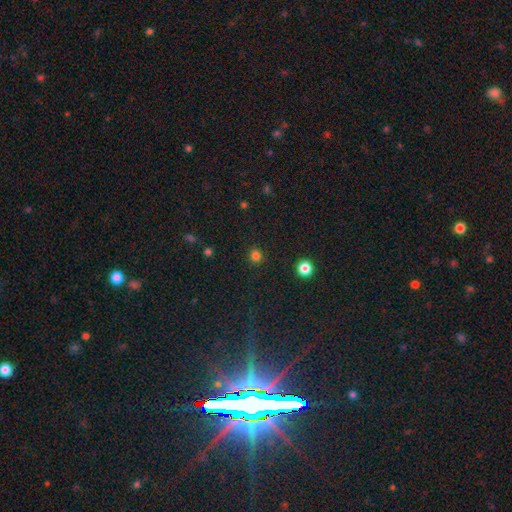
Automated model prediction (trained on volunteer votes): Q: Smooth or featured?
A: smooth (79%); runner-up: star or artifact (17%)
Q: How rounded?
A: round (93%); runner-up: in between (6%)
Q: Merging?
A: none (90%); runner-up: minor disturbance (6%)